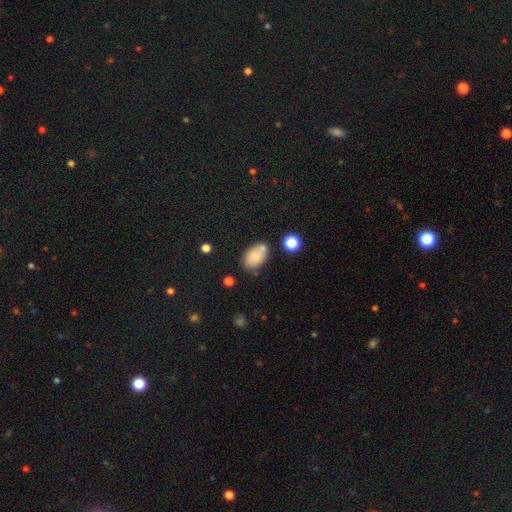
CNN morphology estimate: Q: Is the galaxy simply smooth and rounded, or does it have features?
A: smooth — 77%.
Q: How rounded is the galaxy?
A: in between — 89%.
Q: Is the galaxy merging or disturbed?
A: none — 62%.